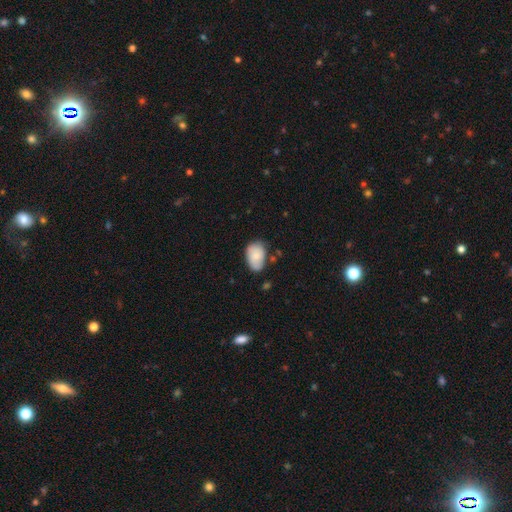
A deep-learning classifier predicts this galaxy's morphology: smooth-or-featured: smooth: 79% | featured or disk: 14% | star or artifact: 7%
  how-rounded: in between: 86% | round: 13% | cigar-shaped: 1%
  merging: none: 59% | minor disturbance: 31% | major disturbance: 6% | merger: 4%